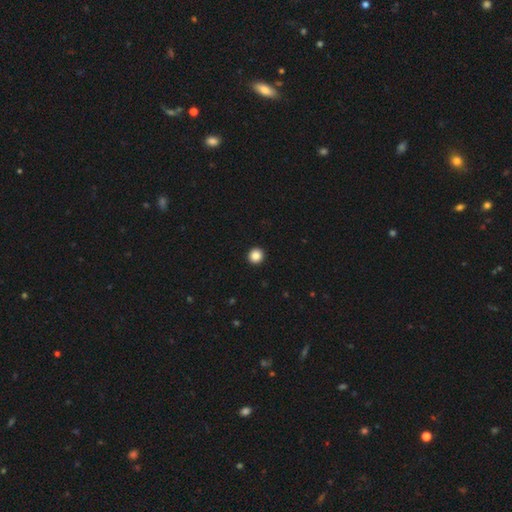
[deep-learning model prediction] Smooth or featured: smooth — 87% (star or artifact — 10%)
How rounded: round — 95% (in between — 4%)
Merging: none — 94% (minor disturbance — 3%)